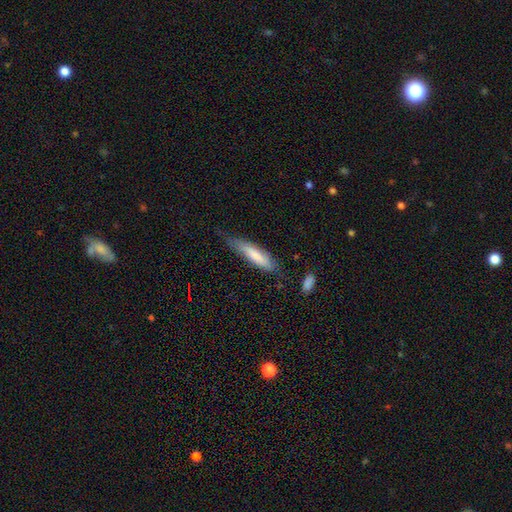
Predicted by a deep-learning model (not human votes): Q: Smooth or featured?
A: smooth (71%); runner-up: featured or disk (23%)
Q: How rounded?
A: cigar-shaped (75%); runner-up: in between (24%)
Q: Merging?
A: none (52%); runner-up: minor disturbance (34%)